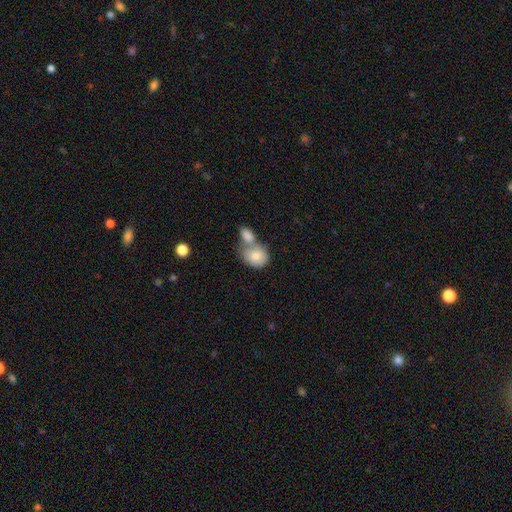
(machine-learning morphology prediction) A smooth galaxy with no disk features (80%) that is in between round and cigar-shaped (51%).

Vote fractions:
- Smooth or featured? smooth: 80% / featured or disk: 13% / star or artifact: 7%
- How rounded? in between: 51% / round: 47% / cigar-shaped: 1%
- Merging? merger: 60% / none: 27% / minor disturbance: 9% / major disturbance: 4%